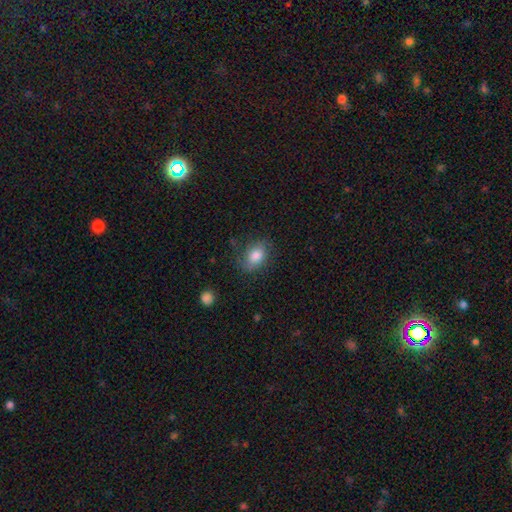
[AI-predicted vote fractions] The model was most divided on "merging": none: 67%, minor disturbance: 22%, major disturbance: 9%, merger: 2%. More confident: how rounded — in between (79%); smooth or featured — smooth (75%).